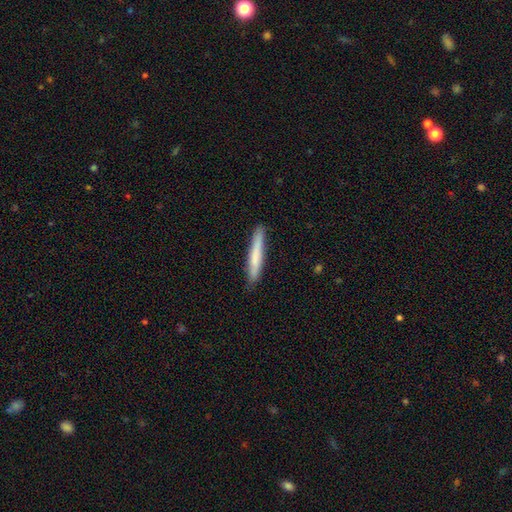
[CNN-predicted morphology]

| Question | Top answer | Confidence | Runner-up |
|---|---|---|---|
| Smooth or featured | smooth | 71% | featured or disk (23%) |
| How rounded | cigar-shaped | 95% | in between (4%) |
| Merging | none | 87% | minor disturbance (10%) |